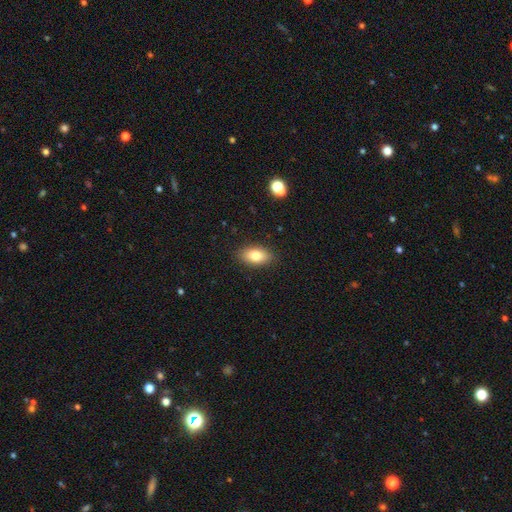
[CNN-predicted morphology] A smooth galaxy with no disk features (81%) that is in between round and cigar-shaped (91%). Merging: none (88%).